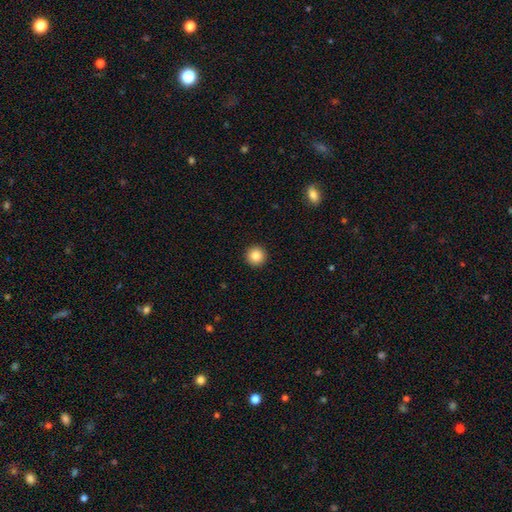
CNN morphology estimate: smooth 85%, star or artifact 10%, featured or disk 5%. Down the decision tree: how rounded — round (96%); merging — none (94%).